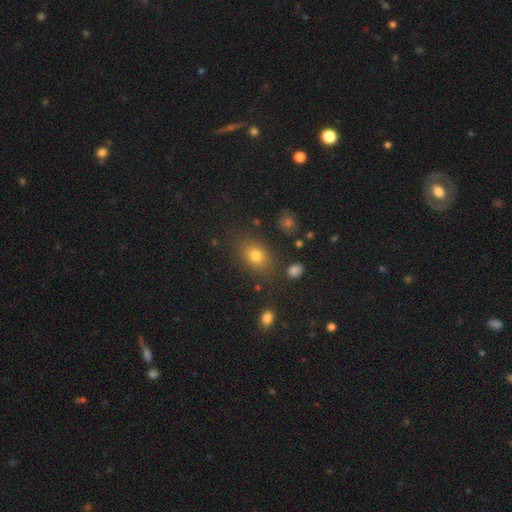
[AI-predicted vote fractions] smooth-or-featured: smooth: 73% | star or artifact: 16% | featured or disk: 11%
  how-rounded: in between: 68% | round: 30% | cigar-shaped: 2%
  merging: none: 79% | minor disturbance: 12% | major disturbance: 4% | merger: 4%